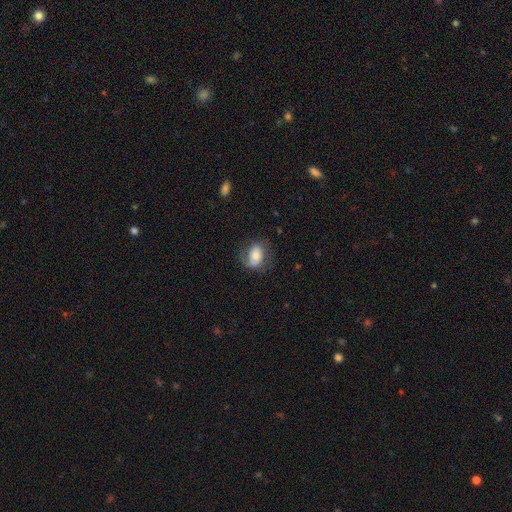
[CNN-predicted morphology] Smooth or featured? smooth (62%)
How rounded? in between (74%)
Merging? none (62%)